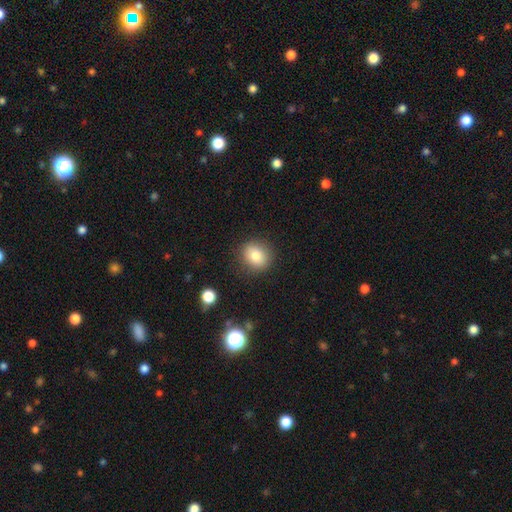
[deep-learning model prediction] The model was most divided on "how rounded": round: 79%, in between: 20%, cigar-shaped: 1%. More confident: merging — none (86%); smooth or featured — smooth (79%).